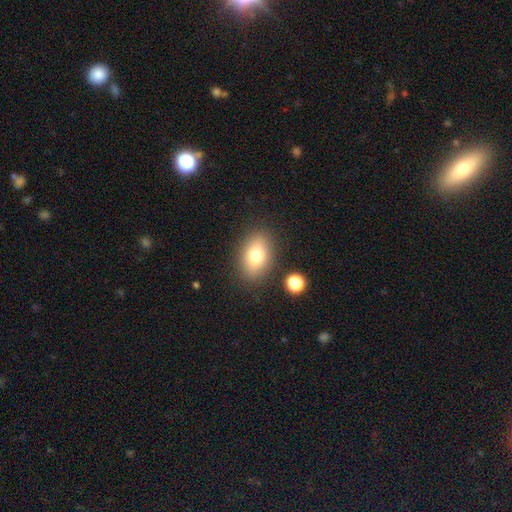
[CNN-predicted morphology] The model was most divided on "smooth or featured": smooth: 75%, featured or disk: 15%, star or artifact: 11%. More confident: merging — none (84%); how rounded — in between (79%).